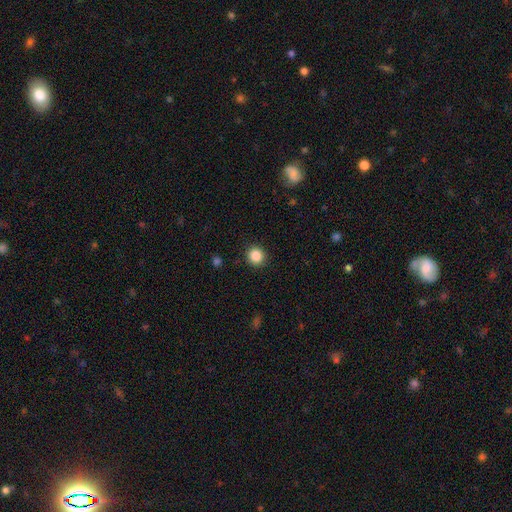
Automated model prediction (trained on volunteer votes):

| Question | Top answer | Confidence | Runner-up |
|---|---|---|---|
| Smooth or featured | smooth | 87% | star or artifact (10%) |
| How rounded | round | 91% | in between (8%) |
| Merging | none | 91% | minor disturbance (6%) |